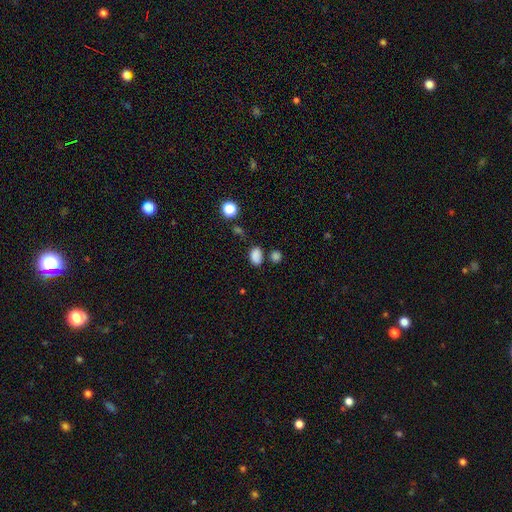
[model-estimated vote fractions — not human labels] A smooth galaxy with no disk features (82%) that is in between round and cigar-shaped (81%). Merging: none (68%).